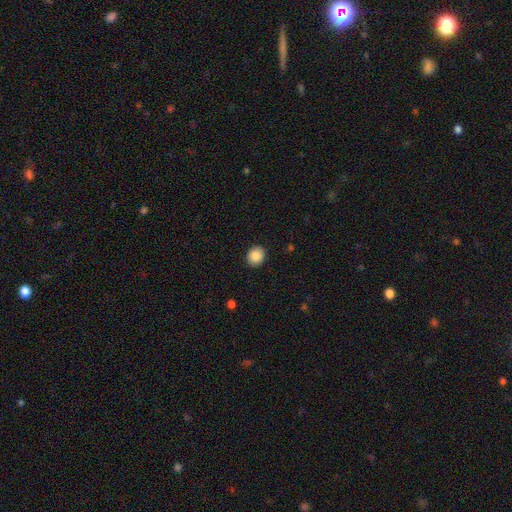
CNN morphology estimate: This appears to be a smooth galaxy with no disk features (88%) that is round (70%). Merging: none (91%).